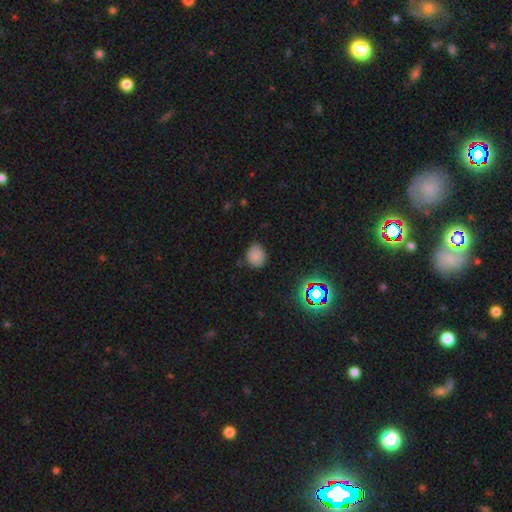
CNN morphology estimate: A smooth galaxy with no disk features (78%) that is round (67%).

Vote fractions:
- Smooth or featured? smooth: 78% / star or artifact: 16% / featured or disk: 6%
- How rounded? round: 67% / in between: 32% / cigar-shaped: 1%
- Merging? none: 75% / minor disturbance: 20% / major disturbance: 4% / merger: 2%